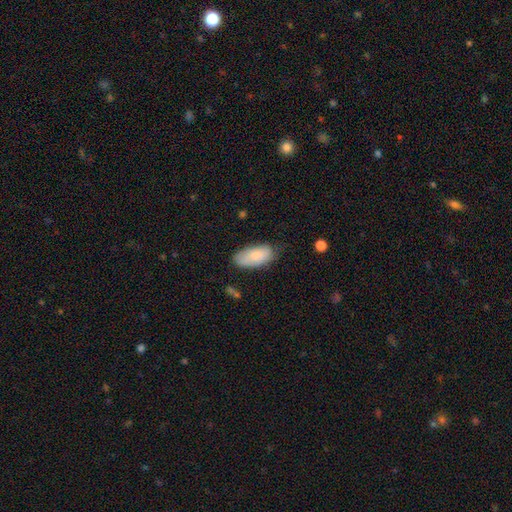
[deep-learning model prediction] A smooth galaxy with no disk features (81%) that is in between round and cigar-shaped (92%). Merging: none (64%).